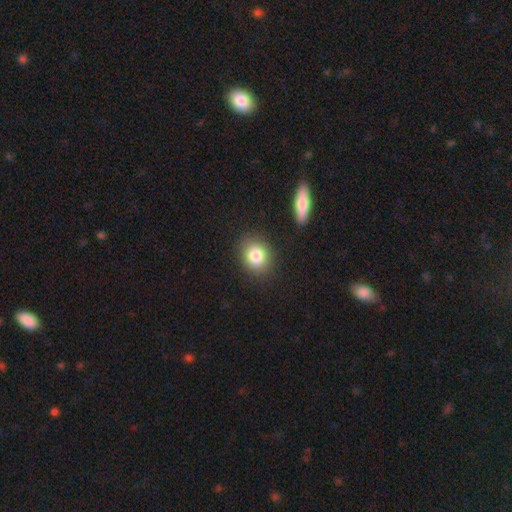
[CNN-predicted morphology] Overall: smooth (83%). How rounded: round (63%; in between 36%). Merging: none (86%).